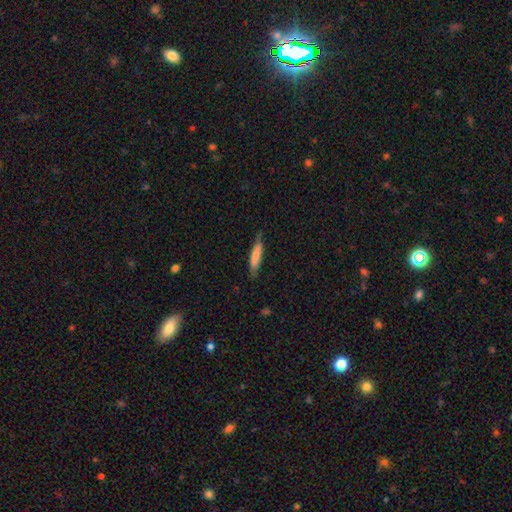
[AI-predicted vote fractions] smooth-or-featured: smooth: 76% | featured or disk: 19% | star or artifact: 6%
  how-rounded: cigar-shaped: 83% | in between: 15% | round: 1%
  merging: none: 72% | minor disturbance: 23% | major disturbance: 4% | merger: 2%